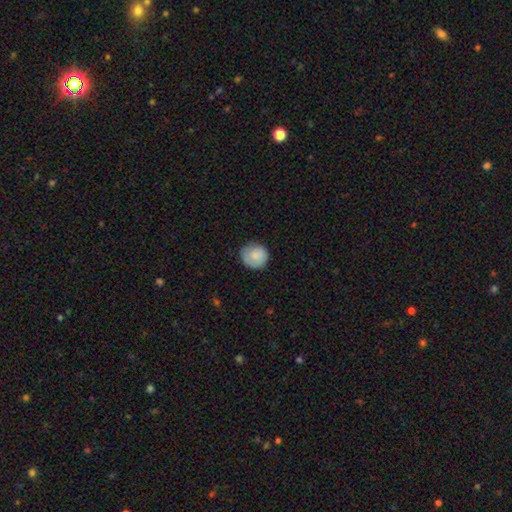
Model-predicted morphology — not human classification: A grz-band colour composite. It shows a smooth galaxy with no disk features (84%) that is round (89%). Merging: none (79%).